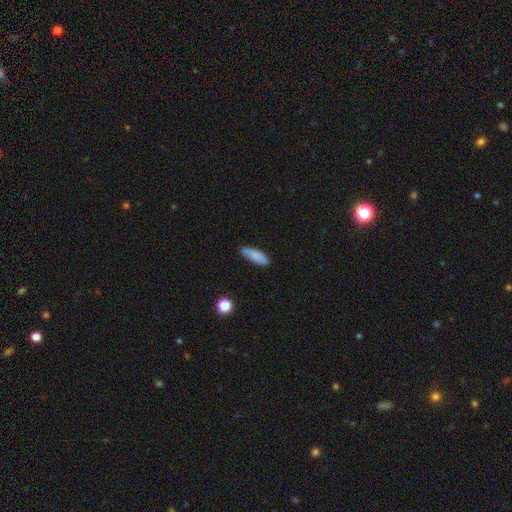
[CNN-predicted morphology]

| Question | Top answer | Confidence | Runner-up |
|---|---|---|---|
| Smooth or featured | smooth | 82% | featured or disk (11%) |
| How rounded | in between | 54% | cigar-shaped (44%) |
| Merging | none | 75% | minor disturbance (19%) |